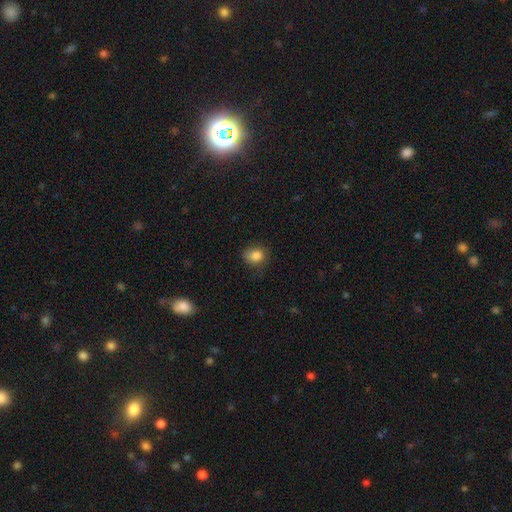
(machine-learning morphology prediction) Smooth or featured?
  - smooth: 84% *
  - star or artifact: 10%
  - featured or disk: 6%
How rounded?
  - round: 57% *
  - in between: 42%
  - cigar-shaped: 1%
Merging?
  - none: 69% *
  - minor disturbance: 23%
  - major disturbance: 7%
  - merger: 1%